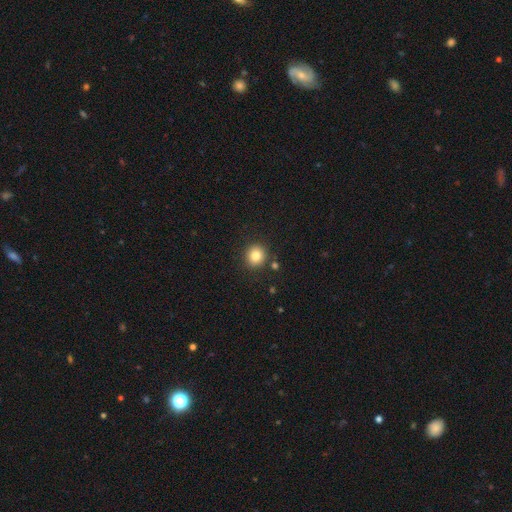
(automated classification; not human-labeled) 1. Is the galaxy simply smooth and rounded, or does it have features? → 83% smooth, 11% star or artifact, 7% featured or disk.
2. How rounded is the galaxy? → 88% round, 11% in between, 1% cigar-shaped.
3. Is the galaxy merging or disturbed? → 86% none, 7% minor disturbance, 4% merger, 2% major disturbance.